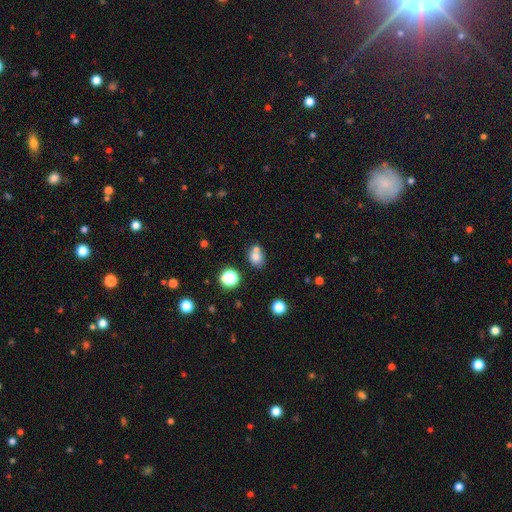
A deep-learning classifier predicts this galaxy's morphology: Smooth or featured? Predicted: smooth (p=0.76). How rounded? Predicted: round (p=0.57). Merging? Predicted: none (p=0.47).